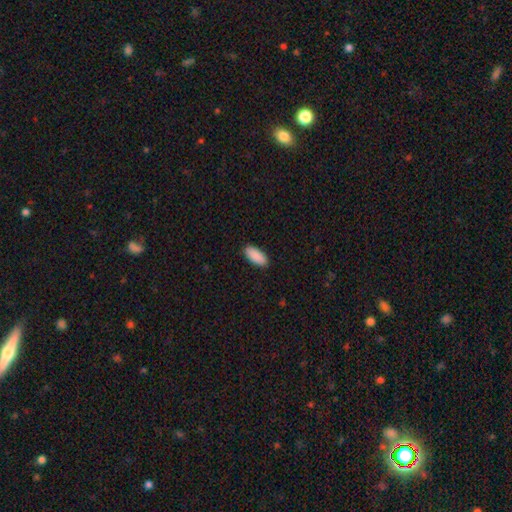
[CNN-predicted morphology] type=smooth (91%); roundness=in between (86%); merging=none (91%).